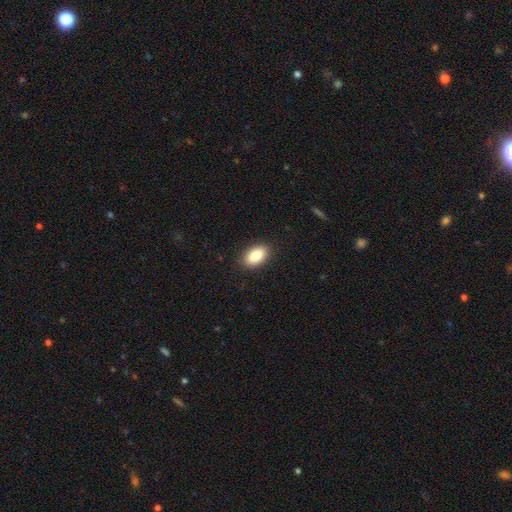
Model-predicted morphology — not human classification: smooth 85%, featured or disk 8%, star or artifact 7%. Down the decision tree: how rounded — in between (91%); merging — none (89%).